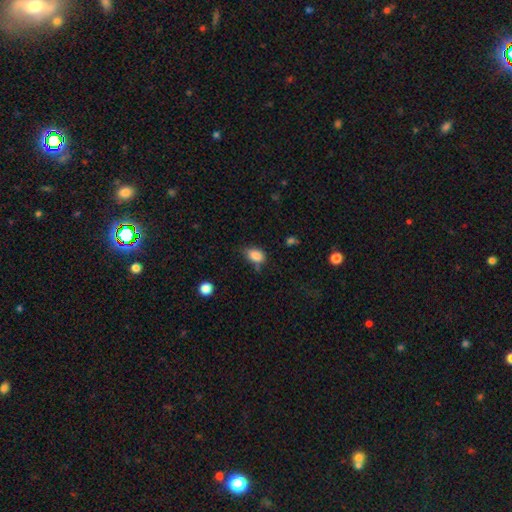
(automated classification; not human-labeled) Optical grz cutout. It shows a smooth galaxy with no disk features (85%) that is in between round and cigar-shaped (78%). Merging: none (63%).